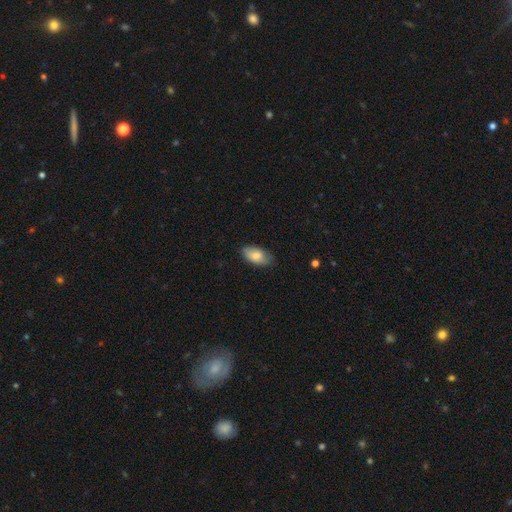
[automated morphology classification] Smooth or featured? smooth (82%)
How rounded? in between (93%)
Merging? none (77%)